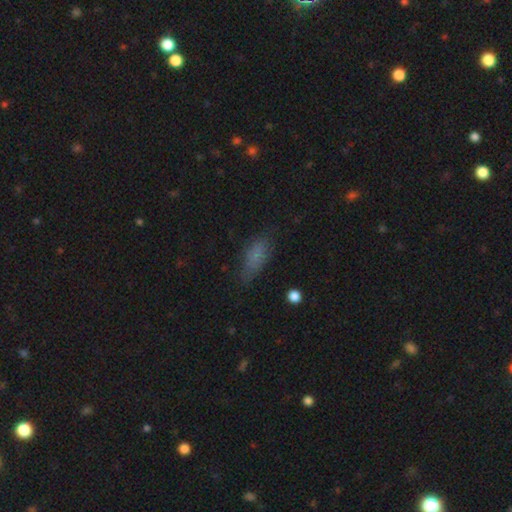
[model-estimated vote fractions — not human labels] Q: Smooth or featured?
A: smooth (78%); runner-up: star or artifact (11%)
Q: How rounded?
A: in between (71%); runner-up: cigar-shaped (26%)
Q: Merging?
A: none (68%); runner-up: minor disturbance (23%)